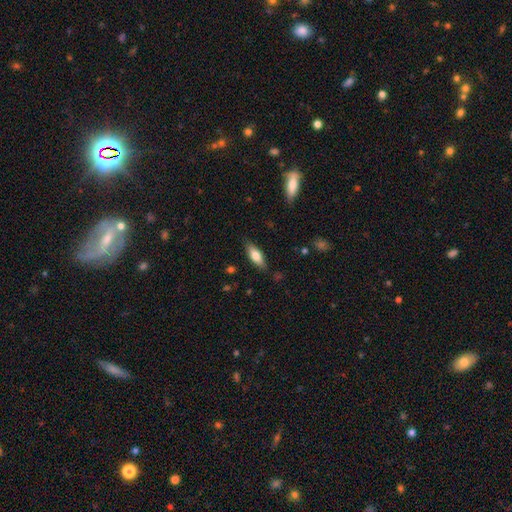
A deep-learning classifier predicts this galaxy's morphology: The model was most divided on "how rounded": in between: 66%, cigar-shaped: 32%, round: 2%. More confident: merging — none (83%); smooth or featured — smooth (70%).